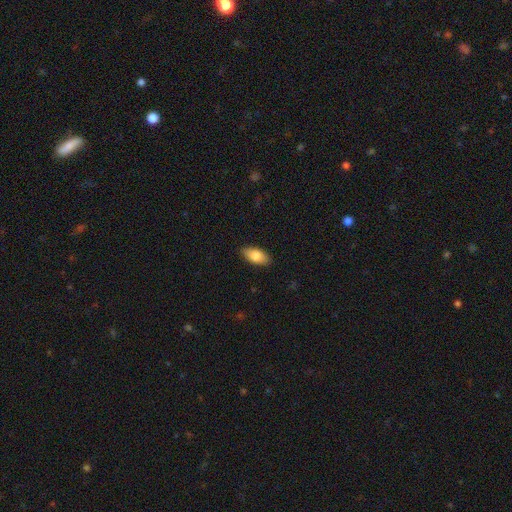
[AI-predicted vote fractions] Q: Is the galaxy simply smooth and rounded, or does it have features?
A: smooth — 80%.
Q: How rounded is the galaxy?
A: in between — 90%.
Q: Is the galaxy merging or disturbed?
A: none — 88%.